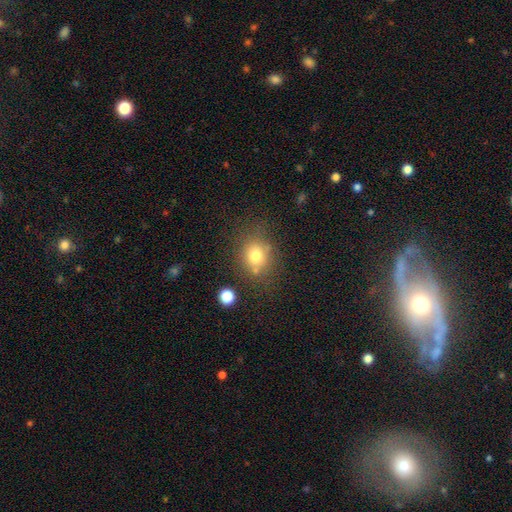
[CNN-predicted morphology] The model was most divided on "how rounded": round: 65%, in between: 34%, cigar-shaped: 1%. More confident: smooth or featured — smooth (76%); merging — none (67%).